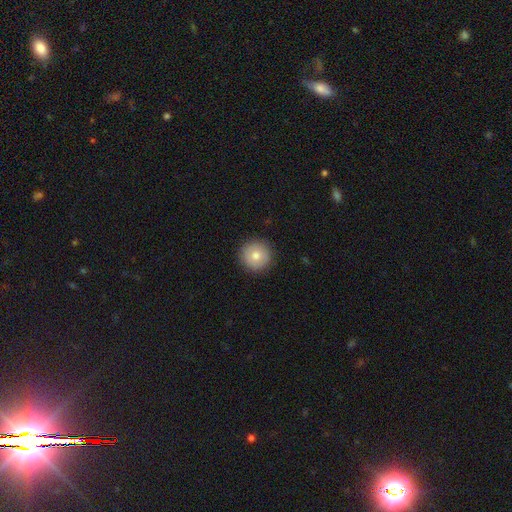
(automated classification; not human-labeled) The model was most divided on "smooth or featured": smooth: 74%, featured or disk: 18%, star or artifact: 8%. More confident: how rounded — round (96%); merging — none (91%).